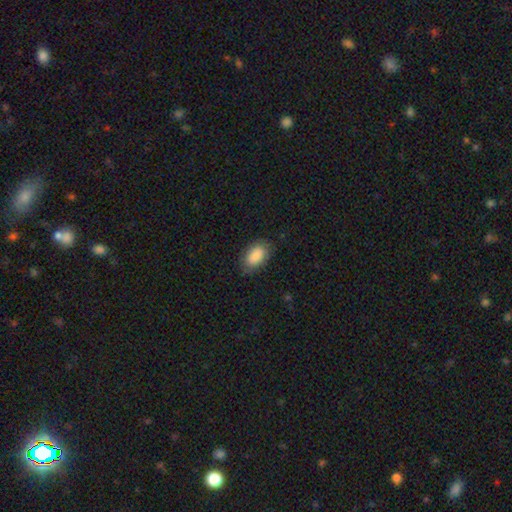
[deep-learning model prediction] This is clearly a smooth galaxy (87%). How rounded: clearly in between (93%). Merging: likely none (80%).